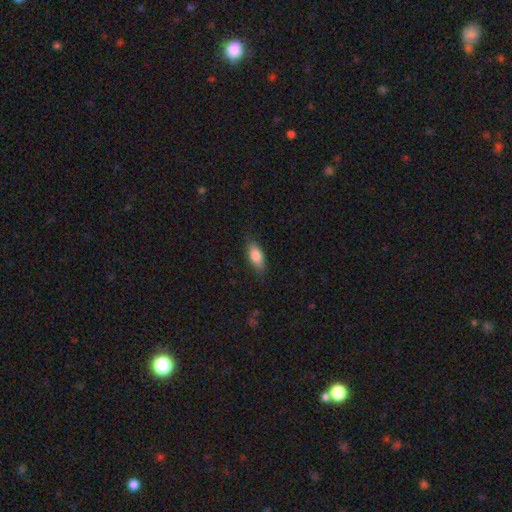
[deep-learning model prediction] smooth-or-featured: smooth: 81% | featured or disk: 12% | star or artifact: 7%
  how-rounded: in between: 82% | cigar-shaped: 15% | round: 3%
  merging: none: 79% | minor disturbance: 17% | major disturbance: 4% | merger: 1%